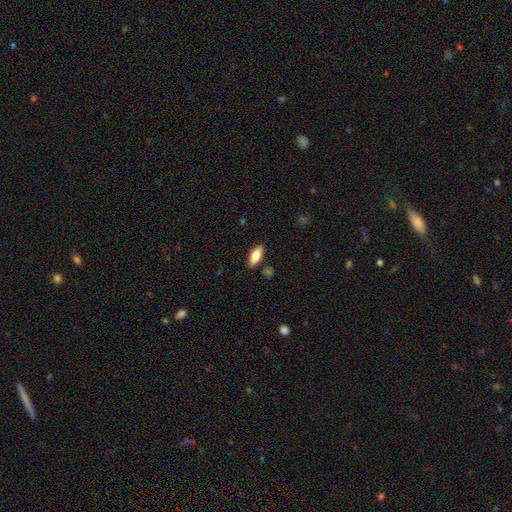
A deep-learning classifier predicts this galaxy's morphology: type=smooth (73%); roundness=in between (80%); merging=none (86%).